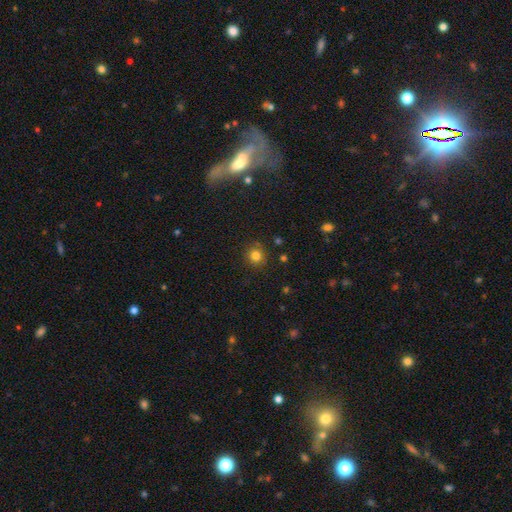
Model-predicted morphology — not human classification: Smooth or featured? smooth (81%)
How rounded? round (90%)
Merging? none (87%)